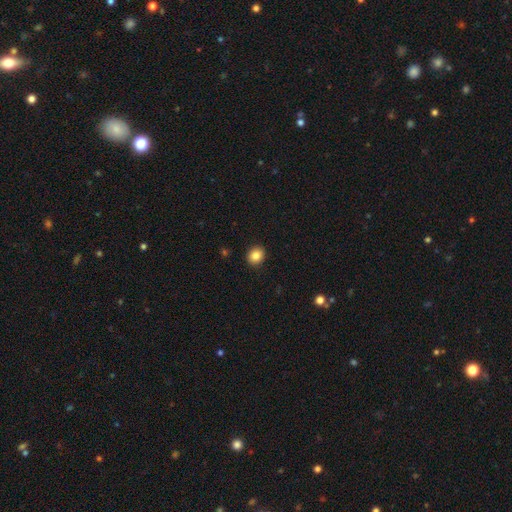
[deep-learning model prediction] smooth 85%, star or artifact 10%, featured or disk 5%. Down the decision tree: how rounded — round (73%); merging — none (92%).